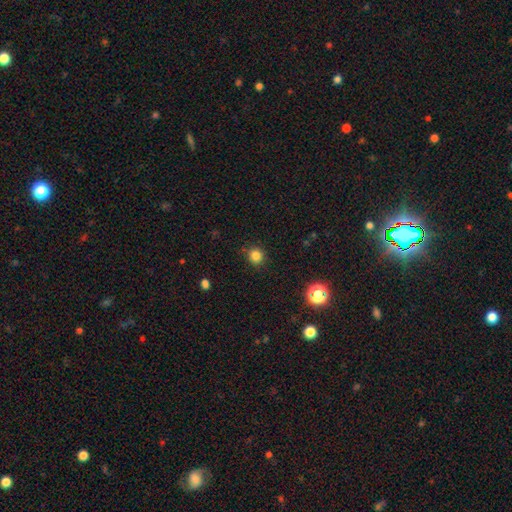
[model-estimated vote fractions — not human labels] Smooth or featured? Predicted: smooth (p=0.82). How rounded? Predicted: round (p=0.89). Merging? Predicted: none (p=0.87).